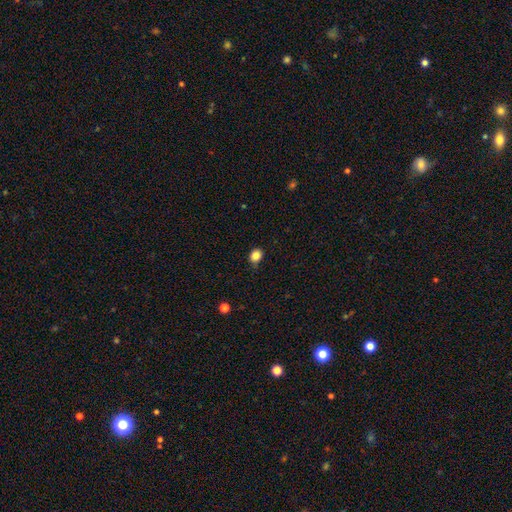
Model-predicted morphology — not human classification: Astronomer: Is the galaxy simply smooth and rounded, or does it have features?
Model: smooth — 84%.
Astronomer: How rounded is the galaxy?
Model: round — 63%.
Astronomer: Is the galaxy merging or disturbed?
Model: none — 77%.